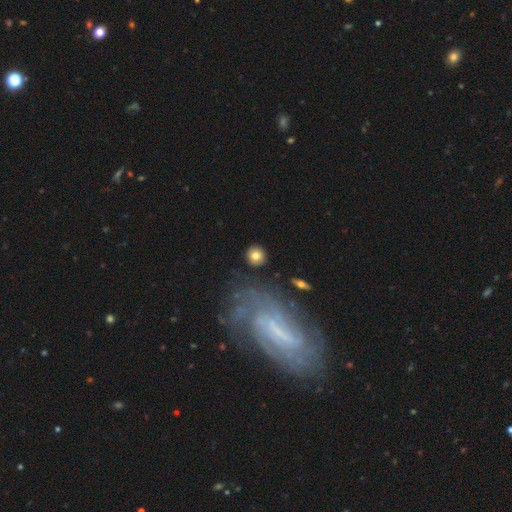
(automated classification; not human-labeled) smooth-or-featured: smooth: 77% | featured or disk: 14% | star or artifact: 9%
  how-rounded: round: 91% | in between: 7% | cigar-shaped: 1%
  merging: none: 87% | minor disturbance: 7% | major disturbance: 3% | merger: 3%